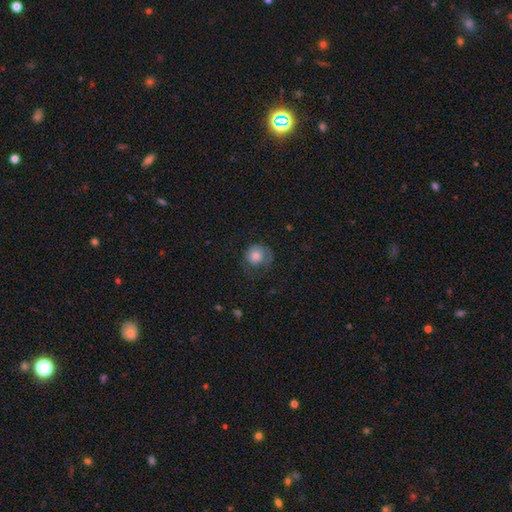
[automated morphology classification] Smooth or featured? smooth (76%)
How rounded? round (86%)
Merging? none (49%)